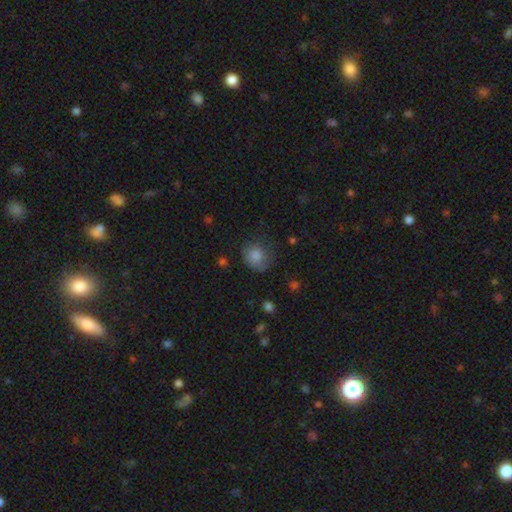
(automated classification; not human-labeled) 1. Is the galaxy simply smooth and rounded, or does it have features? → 80% smooth, 10% featured or disk, 10% star or artifact.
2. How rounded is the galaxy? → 76% round, 23% in between, 1% cigar-shaped.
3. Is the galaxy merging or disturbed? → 60% none, 26% minor disturbance, 13% major disturbance, 2% merger.